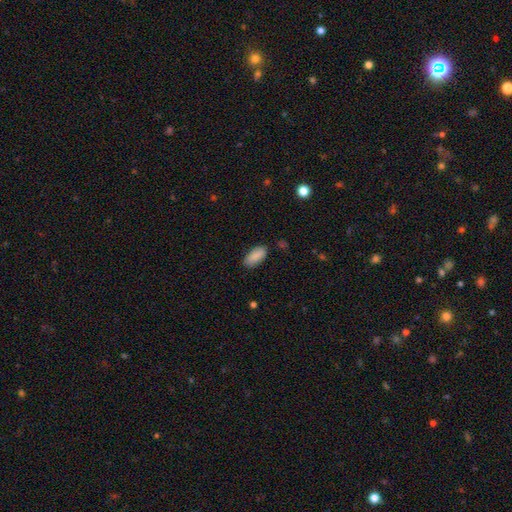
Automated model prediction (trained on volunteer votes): The model was most divided on "merging": none: 82%, minor disturbance: 14%, major disturbance: 3%, merger: 2%. More confident: how rounded — in between (90%); smooth or featured — smooth (88%).